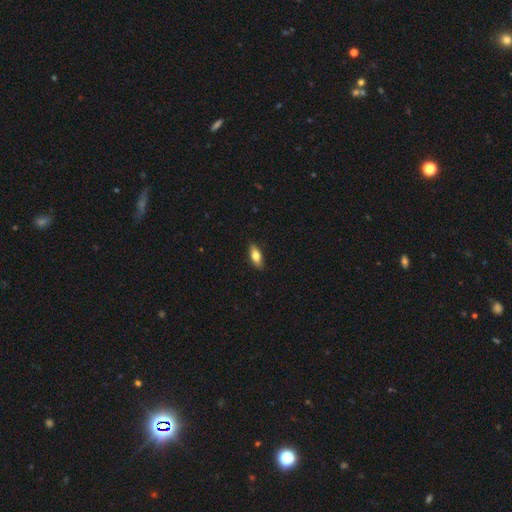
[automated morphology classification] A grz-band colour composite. It shows a smooth galaxy with no disk features (72%) that is in between round and cigar-shaped (76%). Merging: none (87%).